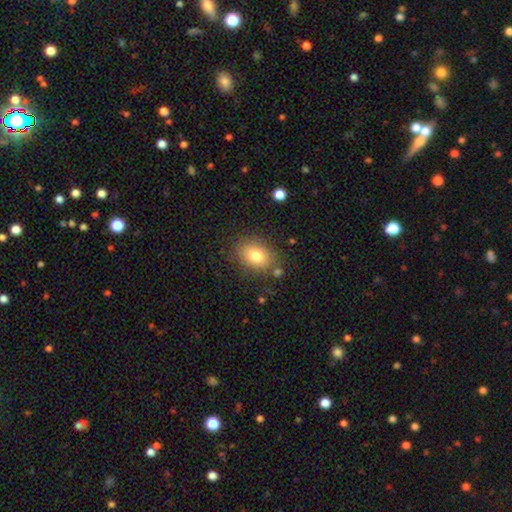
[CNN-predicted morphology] type=smooth (79%); roundness=in between (68%); merging=none (80%).